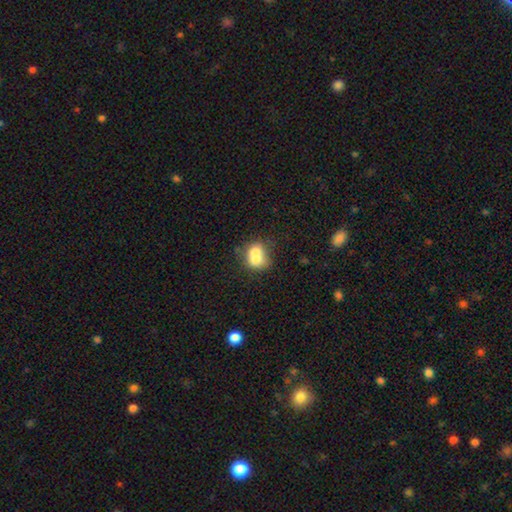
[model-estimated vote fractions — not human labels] Smooth or featured? smooth (67%)
How rounded? round (63%)
Merging? merger (64%)